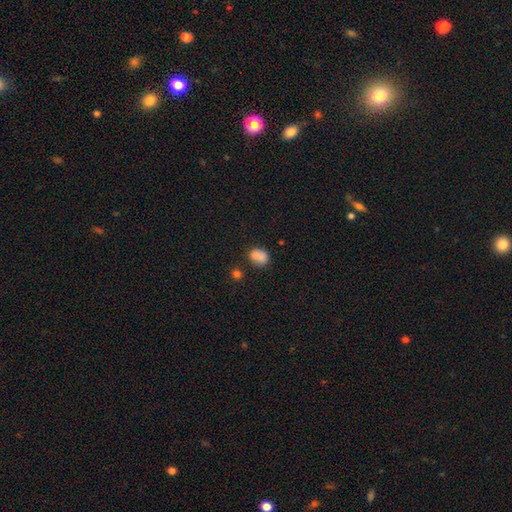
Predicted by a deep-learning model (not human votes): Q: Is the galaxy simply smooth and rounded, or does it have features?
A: smooth — 78%.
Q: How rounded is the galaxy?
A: in between — 51%.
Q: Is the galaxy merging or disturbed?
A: none — 49%.